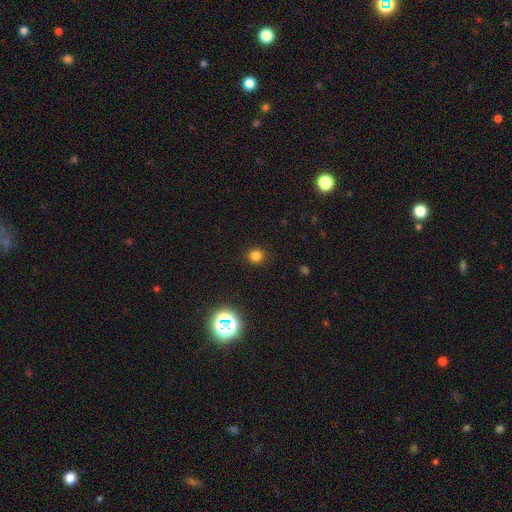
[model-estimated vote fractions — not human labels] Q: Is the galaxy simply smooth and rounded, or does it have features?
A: smooth — 79%.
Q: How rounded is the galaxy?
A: round — 90%.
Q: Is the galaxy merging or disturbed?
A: none — 90%.